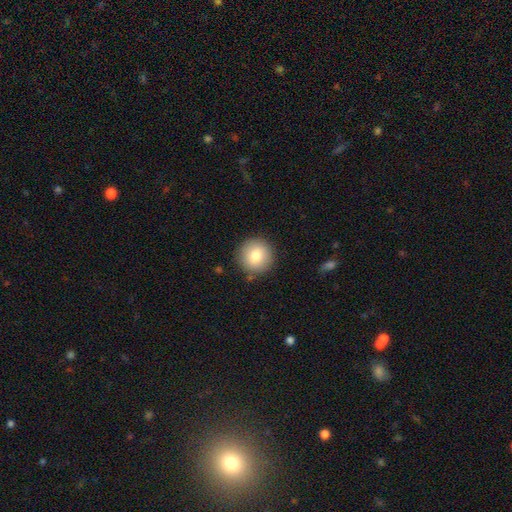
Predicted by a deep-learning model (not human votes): Morphology: type=smooth (81%); roundness=round (94%); merging=none (88%).